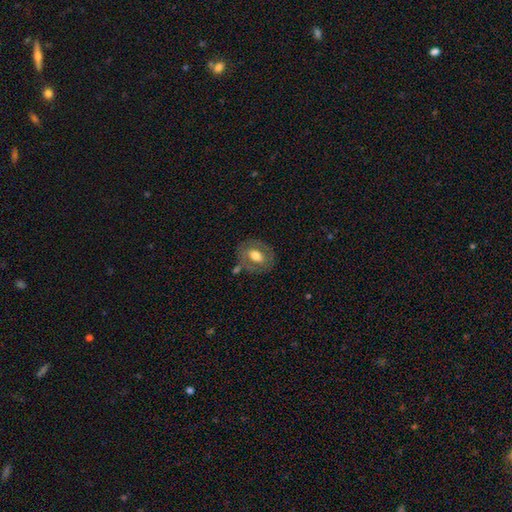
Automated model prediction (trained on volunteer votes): Overall: smooth (54%; featured or disk 38%). How rounded: in between (58%; round 40%). Merging: none (72%).